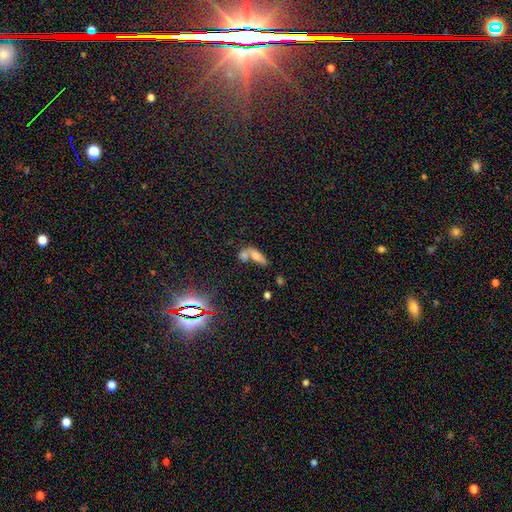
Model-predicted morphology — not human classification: Smooth or featured?
  - smooth: 68% *
  - featured or disk: 20%
  - star or artifact: 12%
How rounded?
  - in between: 62% *
  - cigar-shaped: 33%
  - round: 5%
Merging?
  - merger: 53% *
  - none: 30%
  - minor disturbance: 11%
  - major disturbance: 6%